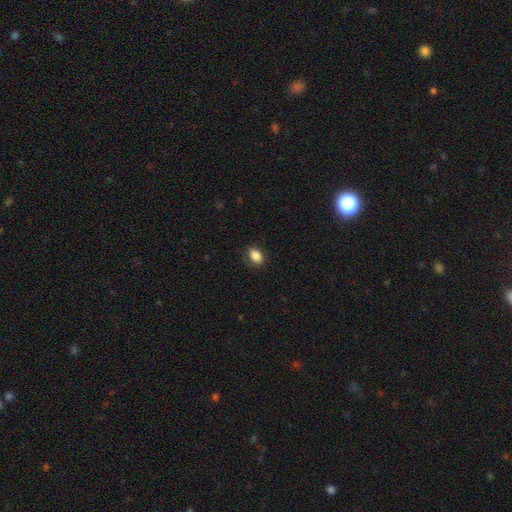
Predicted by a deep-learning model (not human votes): Smooth or featured?
  - smooth: 86% *
  - star or artifact: 9%
  - featured or disk: 5%
How rounded?
  - in between: 79% *
  - round: 19%
  - cigar-shaped: 2%
Merging?
  - none: 81% *
  - minor disturbance: 14%
  - major disturbance: 3%
  - merger: 1%